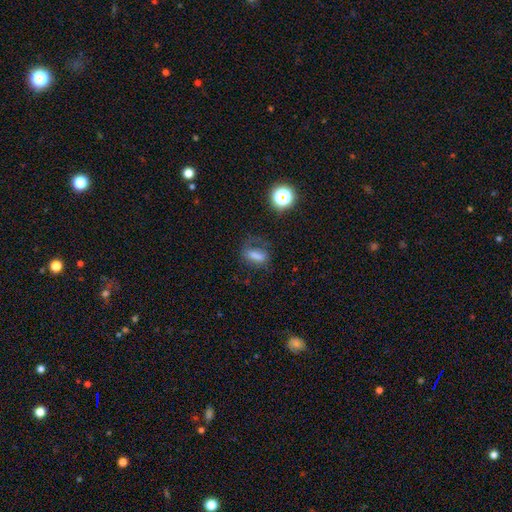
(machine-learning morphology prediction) smooth-or-featured: smooth: 59% | featured or disk: 21% | star or artifact: 20%
  how-rounded: in between: 63% | cigar-shaped: 22% | round: 15%
  merging: none: 55% | minor disturbance: 23% | major disturbance: 19% | merger: 3%